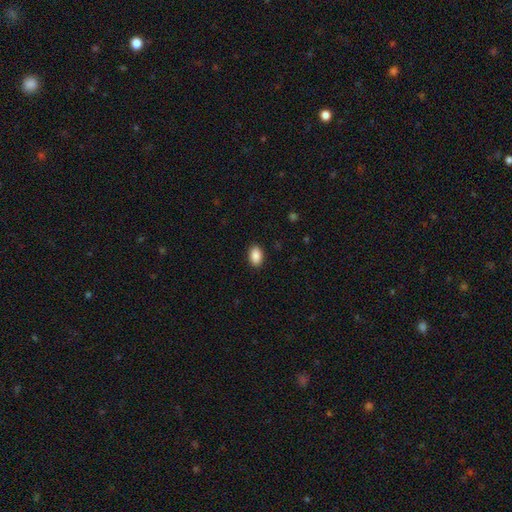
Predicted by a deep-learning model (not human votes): A smooth galaxy with no disk features (89%) that is in between round and cigar-shaped (89%).

Vote fractions:
- Smooth or featured? smooth: 89% / star or artifact: 7% / featured or disk: 4%
- How rounded? in between: 89% / round: 9% / cigar-shaped: 1%
- Merging? none: 90% / minor disturbance: 7% / major disturbance: 2% / merger: 1%